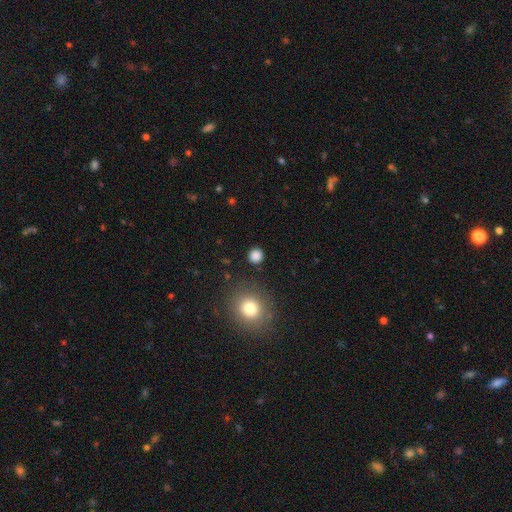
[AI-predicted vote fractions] The model was most divided on "smooth or featured": smooth: 82%, star or artifact: 14%, featured or disk: 4%. More confident: how rounded — round (92%); merging — none (89%).